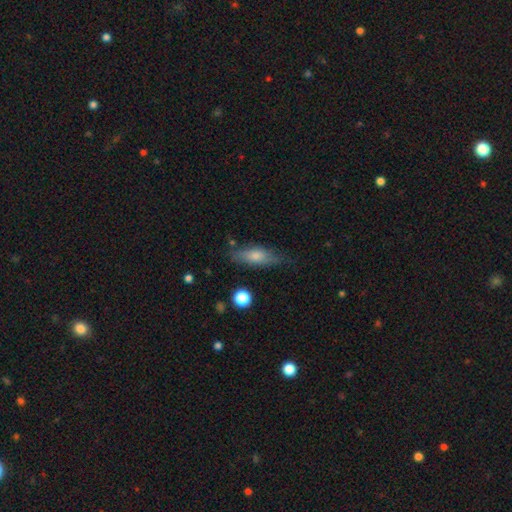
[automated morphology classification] A smooth galaxy with no disk features (57%) that is cigar-shaped (53%).

Vote fractions:
- Smooth or featured? smooth: 57% / featured or disk: 34% / star or artifact: 8%
- How rounded? cigar-shaped: 53% / in between: 44% / round: 3%
- Merging? none: 77% / minor disturbance: 17% / major disturbance: 4% / merger: 2%